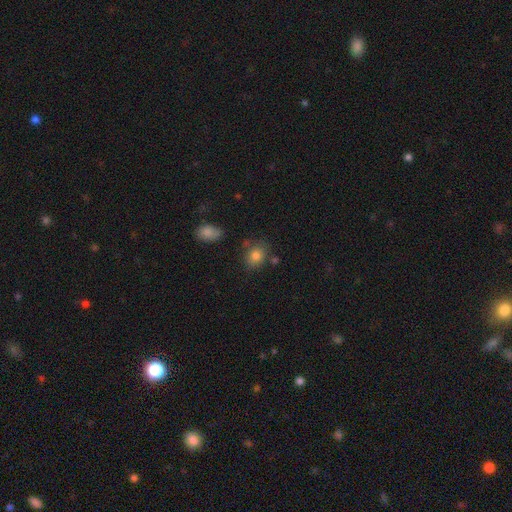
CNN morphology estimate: A smooth galaxy with no disk features (81%) that is in between round and cigar-shaped (51%).

Vote fractions:
- Smooth or featured? smooth: 81% / star or artifact: 11% / featured or disk: 9%
- How rounded? in between: 51% / round: 48% / cigar-shaped: 1%
- Merging? none: 72% / minor disturbance: 16% / merger: 7% / major disturbance: 4%